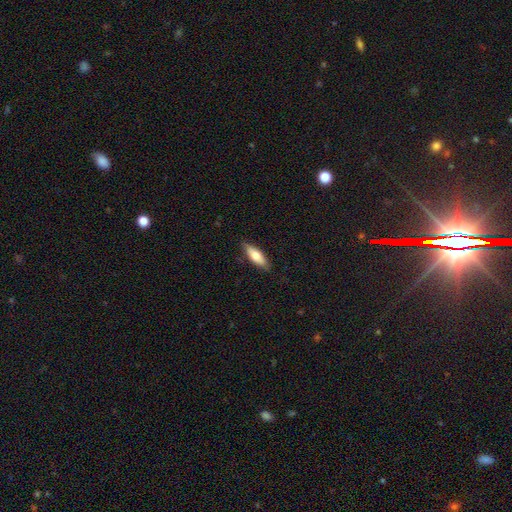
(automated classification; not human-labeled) Smooth or featured: smooth — 74% (featured or disk — 21%)
How rounded: in between — 57% (cigar-shaped — 41%)
Merging: none — 83% (minor disturbance — 14%)